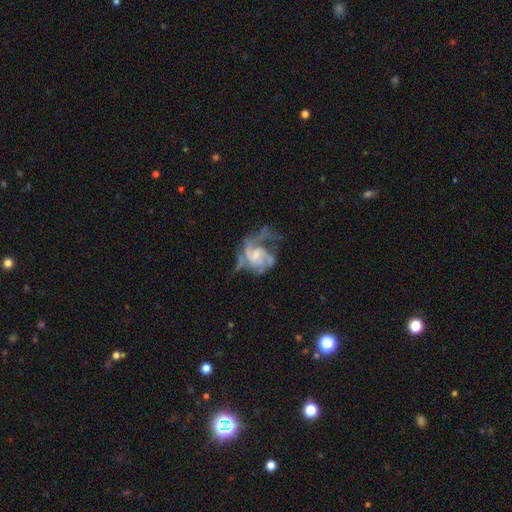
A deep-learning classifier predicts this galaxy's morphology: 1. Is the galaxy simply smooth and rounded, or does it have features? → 81% featured or disk, 11% smooth, 7% star or artifact.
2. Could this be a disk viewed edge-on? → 98% no, 2% yes.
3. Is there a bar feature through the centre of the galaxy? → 53% no, 39% weak, 8% strong.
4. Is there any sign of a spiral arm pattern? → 88% yes, 12% no.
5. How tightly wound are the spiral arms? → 47% medium, 27% loose, 26% tight.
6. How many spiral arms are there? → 49% 2, 19% can't tell, 16% 3, 9% 1, 4% 4, 4% more than 4.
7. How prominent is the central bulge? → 37% small, 32% moderate, 21% none, 8% large, 2% dominant.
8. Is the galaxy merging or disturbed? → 44% major disturbance, 30% none, 20% minor disturbance, 6% merger.